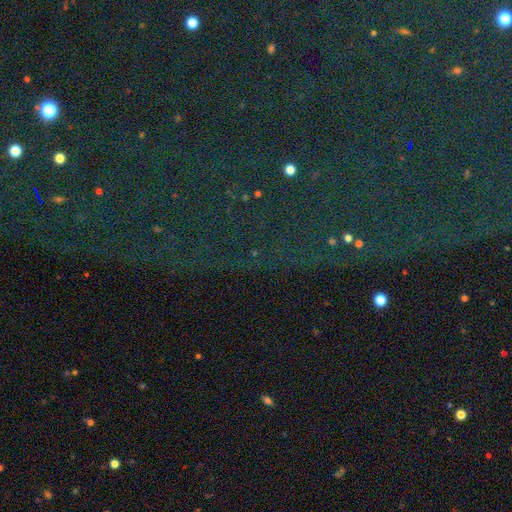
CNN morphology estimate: type=star or artifact (84%).